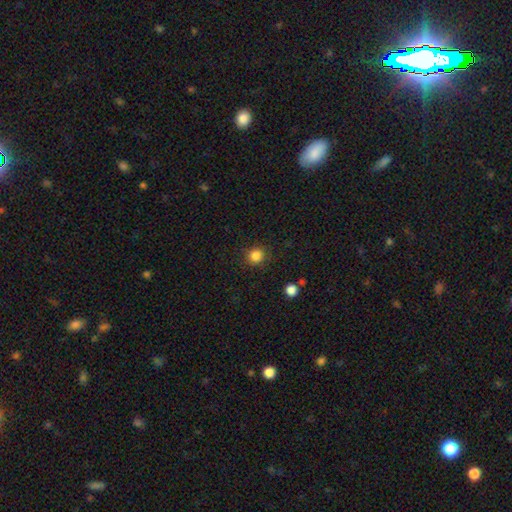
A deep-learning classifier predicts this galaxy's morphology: A smooth galaxy with no disk features (85%) that is round (91%).

Vote fractions:
- Smooth or featured? smooth: 85% / star or artifact: 11% / featured or disk: 4%
- How rounded? round: 91% / in between: 8% / cigar-shaped: 1%
- Merging? none: 87% / minor disturbance: 8% / major disturbance: 3% / merger: 1%